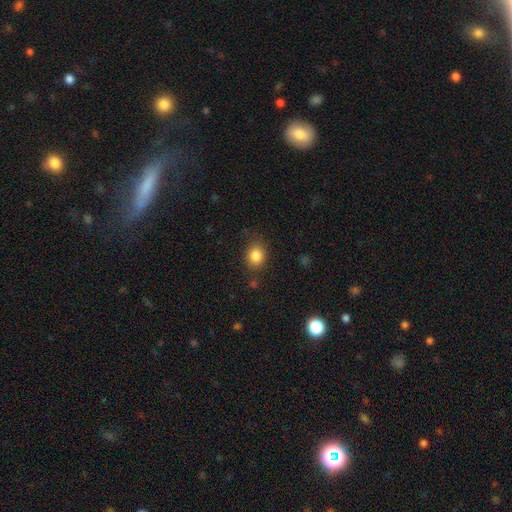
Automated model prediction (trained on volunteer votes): A smooth galaxy with no disk features (84%) that is round (67%). Merging: none (78%).